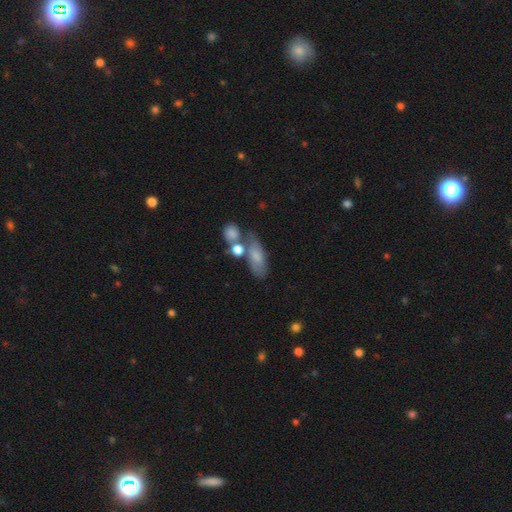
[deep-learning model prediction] Smooth or featured? smooth (70%)
How rounded? in between (72%)
Merging? none (45%)